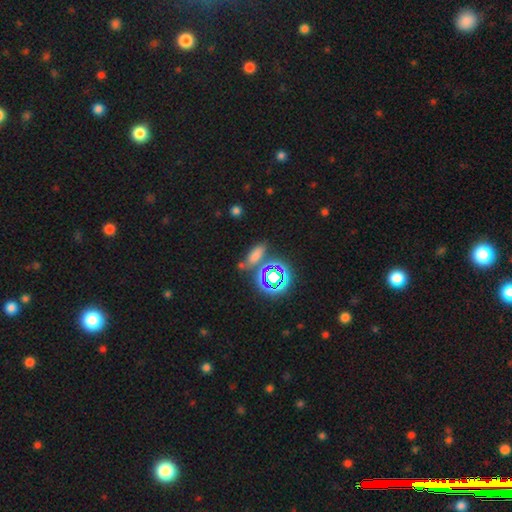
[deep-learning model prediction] The model was most divided on "smooth or featured": smooth: 60%, star or artifact: 30%, featured or disk: 10%. More confident: how rounded — in between (66%); merging — none (65%).